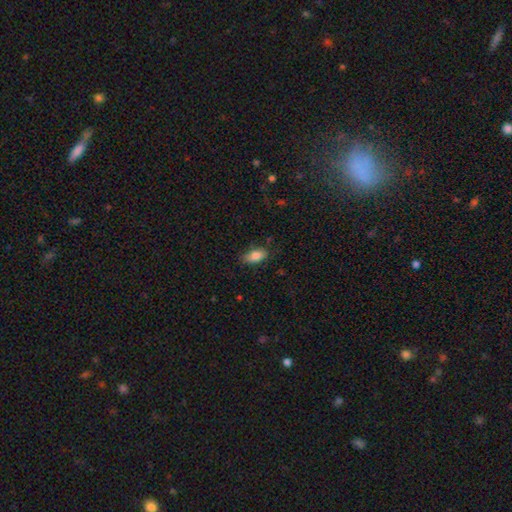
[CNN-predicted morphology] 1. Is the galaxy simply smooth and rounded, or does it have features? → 84% smooth, 8% featured or disk, 8% star or artifact.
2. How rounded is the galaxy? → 90% in between, 5% cigar-shaped, 5% round.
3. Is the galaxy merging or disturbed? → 77% none, 18% minor disturbance, 4% major disturbance, 1% merger.